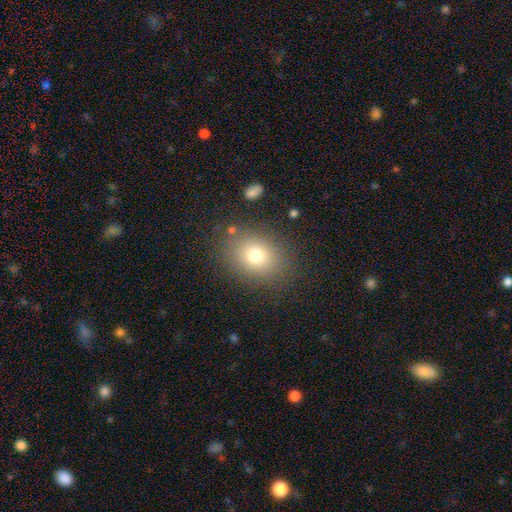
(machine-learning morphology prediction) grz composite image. It shows a smooth galaxy with no disk features (74%) that is in between round and cigar-shaped (55%). Merging: none (83%).